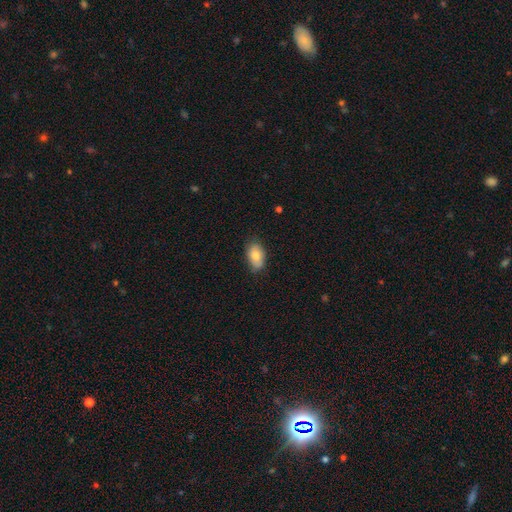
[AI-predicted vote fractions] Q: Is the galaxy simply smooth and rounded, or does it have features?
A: smooth — 80%.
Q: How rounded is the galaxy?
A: in between — 92%.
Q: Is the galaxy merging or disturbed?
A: none — 78%.